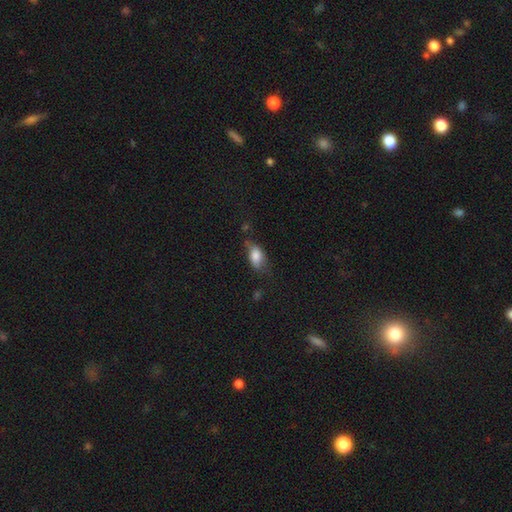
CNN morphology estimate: smooth 75%, featured or disk 17%, star or artifact 8%. Down the decision tree: how rounded — in between (87%); merging — none (46%).